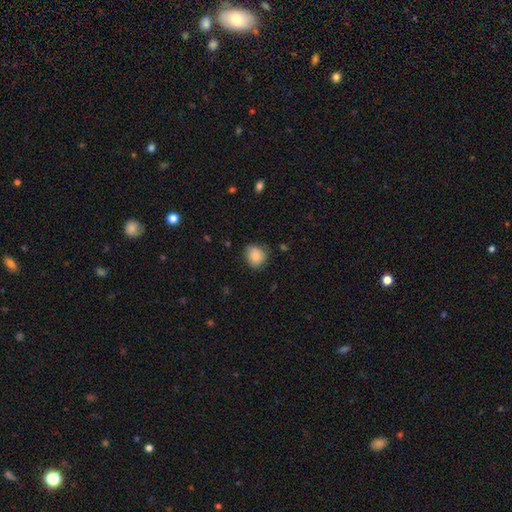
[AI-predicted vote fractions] Smooth or featured: smooth — 84% (star or artifact — 8%)
How rounded: round — 73% (in between — 26%)
Merging: none — 74% (minor disturbance — 21%)